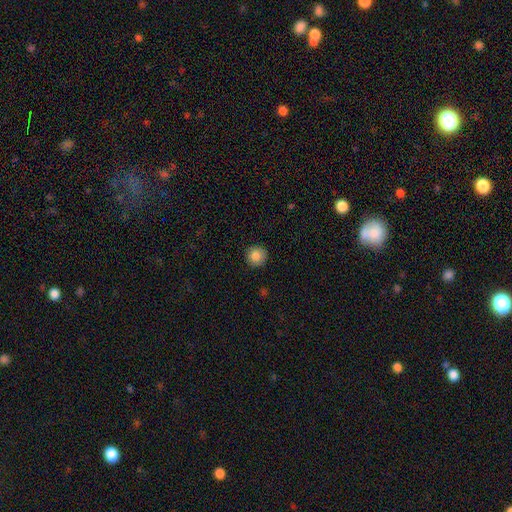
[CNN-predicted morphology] type=smooth (85%); roundness=round (95%); merging=none (91%).